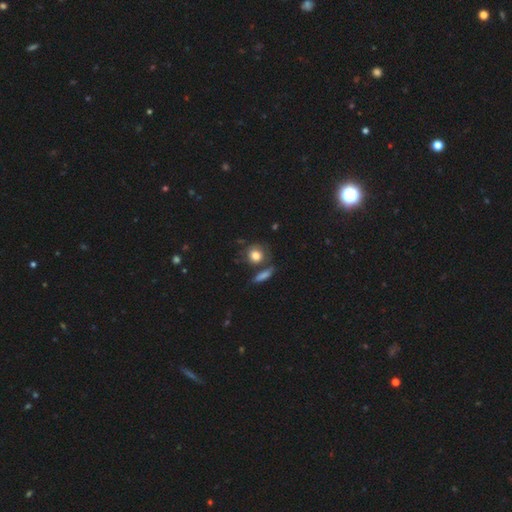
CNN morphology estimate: Overall: smooth (79%). How rounded: round (76%). Merging: none (64%).